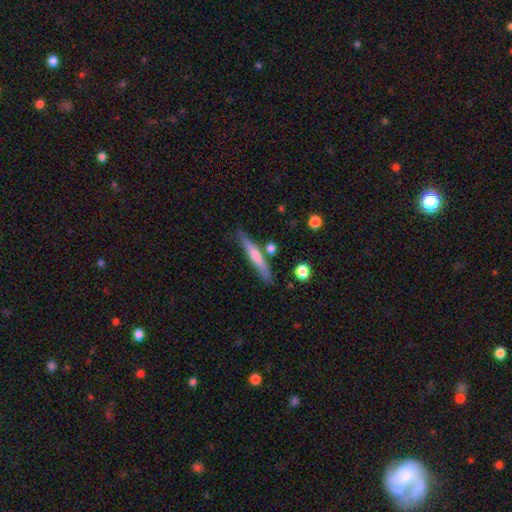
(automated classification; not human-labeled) Smooth or featured: smooth — 50% (featured or disk — 43%)
How rounded: cigar-shaped — 94% (in between — 5%)
Merging: none — 81% (minor disturbance — 11%)